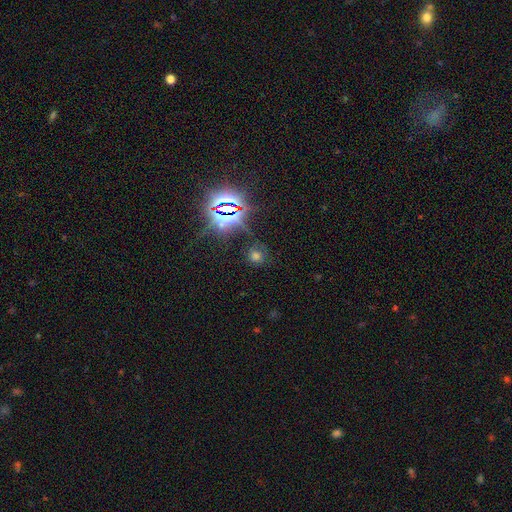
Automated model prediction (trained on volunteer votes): A star or artifact, not a galaxy (45%, tied with smooth).